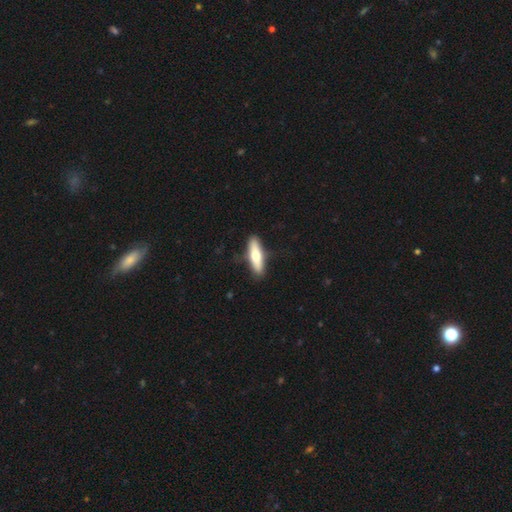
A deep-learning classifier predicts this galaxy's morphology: smooth 61%, featured or disk 34%, star or artifact 5%. Down the decision tree: how rounded — cigar-shaped (67%); merging — none (86%).